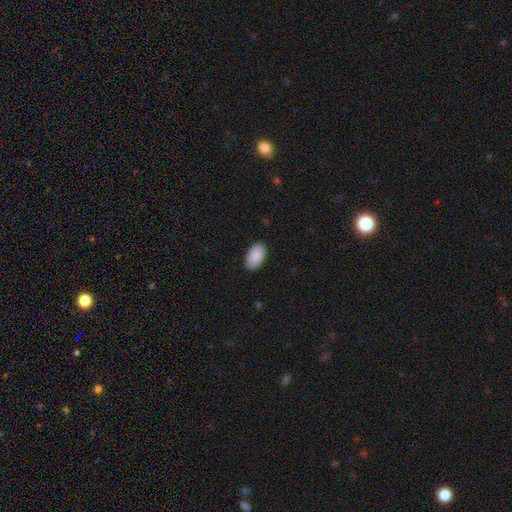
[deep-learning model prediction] This appears to be a smooth galaxy with no disk features (90%) that is in between round and cigar-shaped (96%). Merging: none (89%).